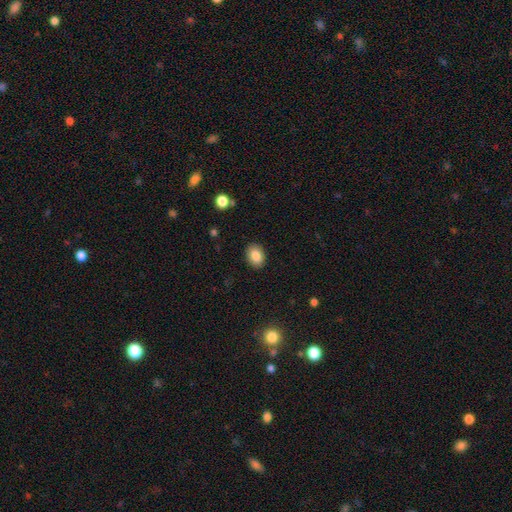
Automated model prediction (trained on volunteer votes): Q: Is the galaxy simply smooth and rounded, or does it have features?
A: smooth — 85%.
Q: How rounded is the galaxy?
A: in between — 68%.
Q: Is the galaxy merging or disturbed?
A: none — 89%.